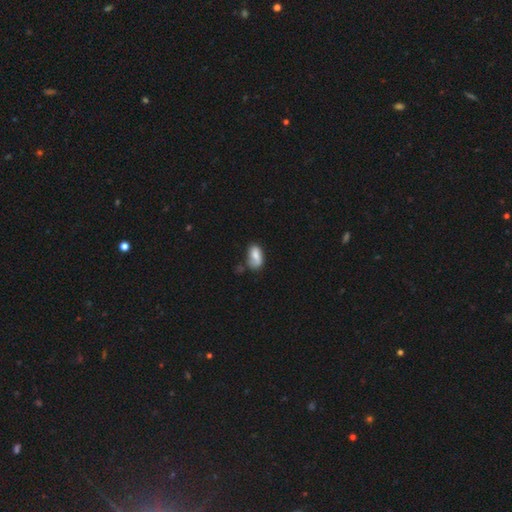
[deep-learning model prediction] Smooth or featured? smooth (74%)
How rounded? in between (92%)
Merging? none (45%)